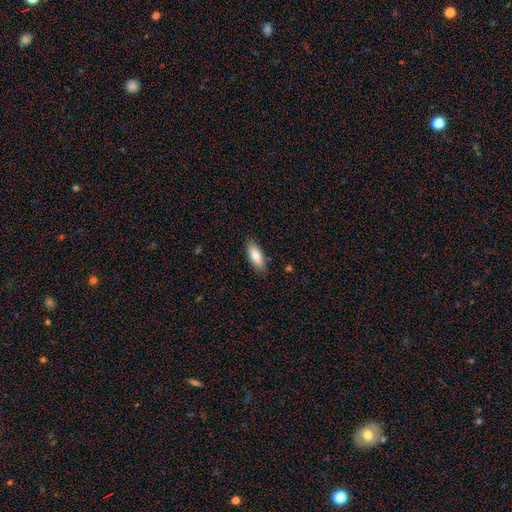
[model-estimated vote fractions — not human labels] smooth-or-featured: smooth: 79% | featured or disk: 15% | star or artifact: 6%
  how-rounded: in between: 77% | cigar-shaped: 21% | round: 2%
  merging: none: 87% | minor disturbance: 10% | major disturbance: 2% | merger: 1%